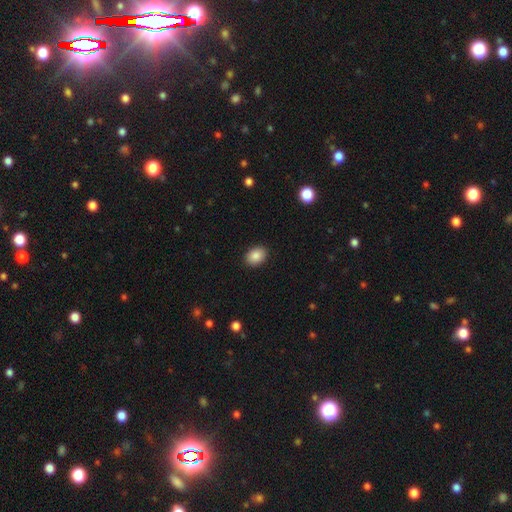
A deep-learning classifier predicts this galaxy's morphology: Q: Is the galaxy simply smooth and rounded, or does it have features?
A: smooth — 88%.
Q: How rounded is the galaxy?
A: in between — 71%.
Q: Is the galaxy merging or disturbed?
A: none — 90%.